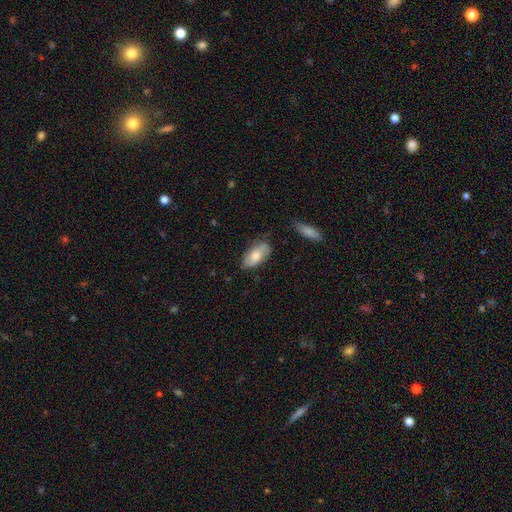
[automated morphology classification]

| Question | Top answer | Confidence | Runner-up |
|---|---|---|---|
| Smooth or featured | smooth | 67% | featured or disk (26%) |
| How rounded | in between | 92% | cigar-shaped (5%) |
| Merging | none | 71% | minor disturbance (22%) |